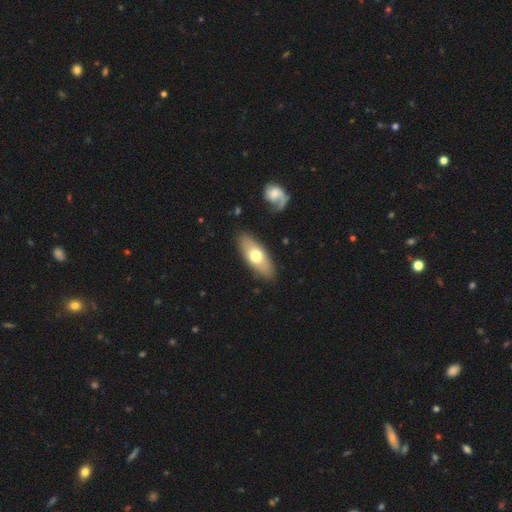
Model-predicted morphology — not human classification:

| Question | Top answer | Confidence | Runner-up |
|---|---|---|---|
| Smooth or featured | smooth | 59% | featured or disk (35%) |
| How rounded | in between | 77% | cigar-shaped (20%) |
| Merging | none | 86% | minor disturbance (10%) |